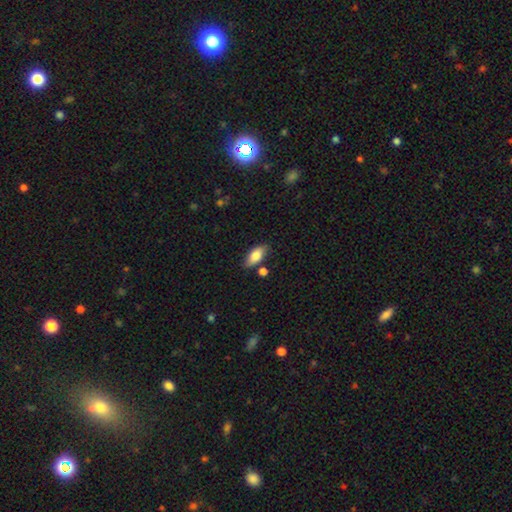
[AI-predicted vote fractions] A smooth galaxy with no disk features (79%) that is in between round and cigar-shaped (84%).

Vote fractions:
- Smooth or featured? smooth: 79% / featured or disk: 14% / star or artifact: 7%
- How rounded? in between: 84% / cigar-shaped: 13% / round: 3%
- Merging? none: 79% / minor disturbance: 13% / merger: 6% / major disturbance: 3%